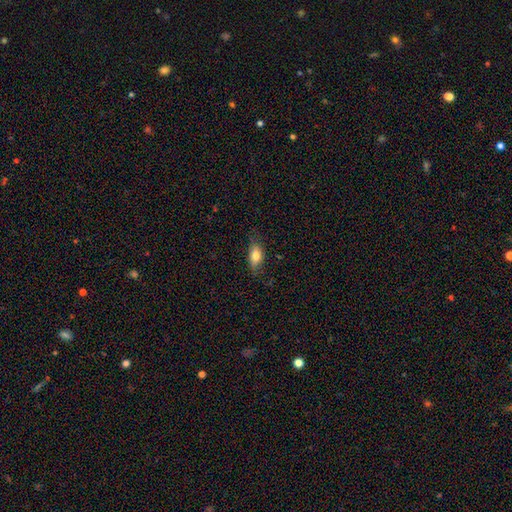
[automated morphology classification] This appears to be a smooth galaxy with no disk features (78%) that is in between round and cigar-shaped (83%). Merging: none (76%).